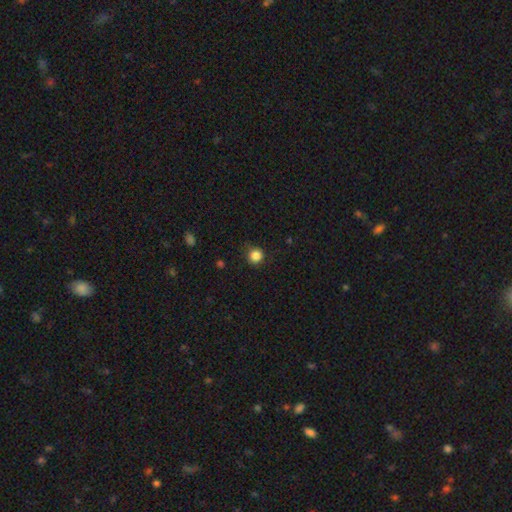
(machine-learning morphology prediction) Smooth or featured: smooth — 85% (star or artifact — 12%)
How rounded: round — 92% (in between — 7%)
Merging: none — 85% (minor disturbance — 11%)